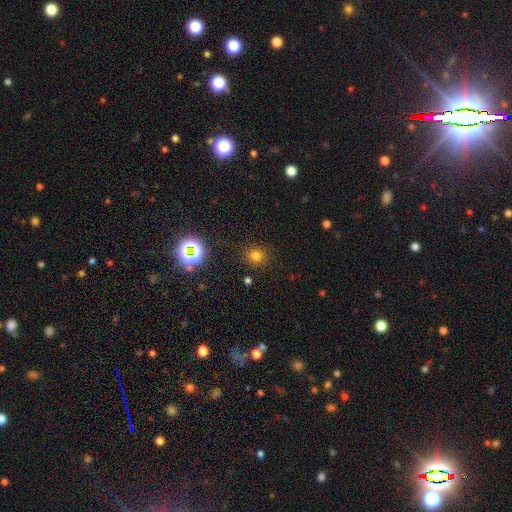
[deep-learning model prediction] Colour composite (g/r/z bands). It shows a smooth galaxy with no disk features (73%) that is round (89%). Merging: none (87%).